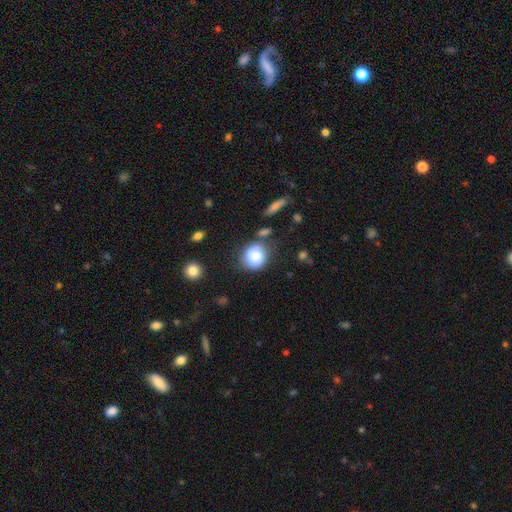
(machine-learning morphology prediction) Smooth or featured? Predicted: smooth (p=0.74). How rounded? Predicted: round (p=0.82). Merging? Predicted: none (p=0.64).